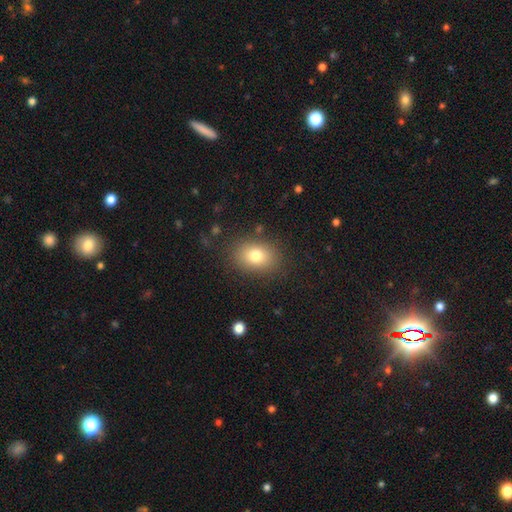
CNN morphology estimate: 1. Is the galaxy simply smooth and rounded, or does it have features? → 79% smooth, 11% featured or disk, 11% star or artifact.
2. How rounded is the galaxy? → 68% in between, 31% round, 1% cigar-shaped.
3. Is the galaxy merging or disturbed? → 84% none, 10% minor disturbance, 4% major disturbance, 2% merger.